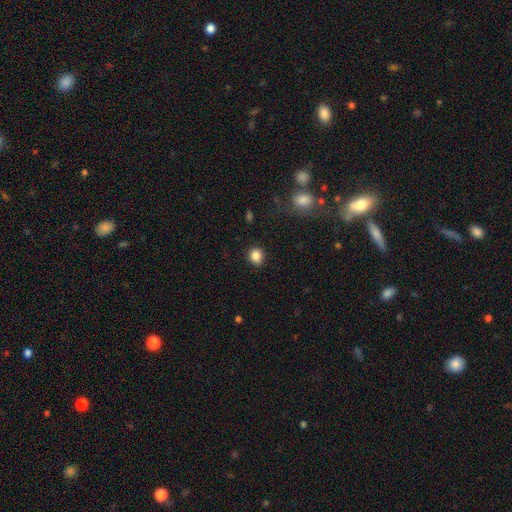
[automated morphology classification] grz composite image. It shows a smooth galaxy with no disk features (86%) that is round (78%). Merging: none (90%).